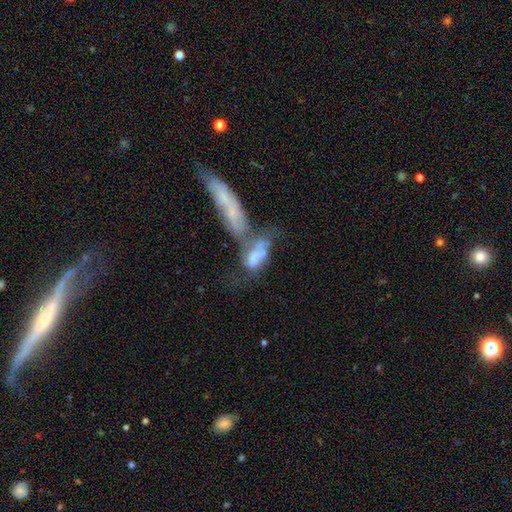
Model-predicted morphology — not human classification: Q: Smooth or featured?
A: smooth (51%); runner-up: featured or disk (39%)
Q: How rounded?
A: in between (74%); runner-up: cigar-shaped (20%)
Q: Merging?
A: merger (69%); runner-up: major disturbance (12%)